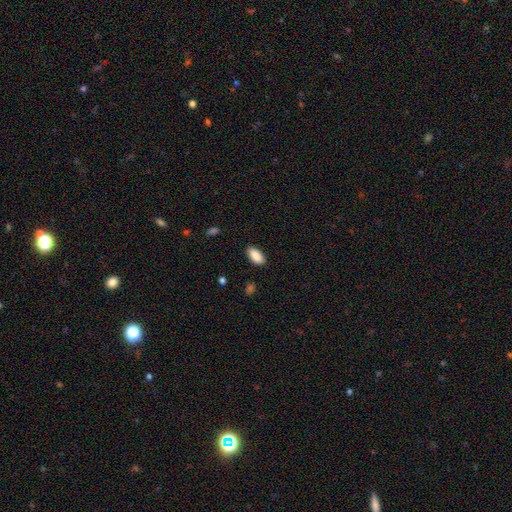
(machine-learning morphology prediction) smooth-or-featured: smooth: 90% | star or artifact: 6% | featured or disk: 4%
  how-rounded: in between: 93% | cigar-shaped: 5% | round: 2%
  merging: none: 88% | minor disturbance: 9% | major disturbance: 2% | merger: 1%